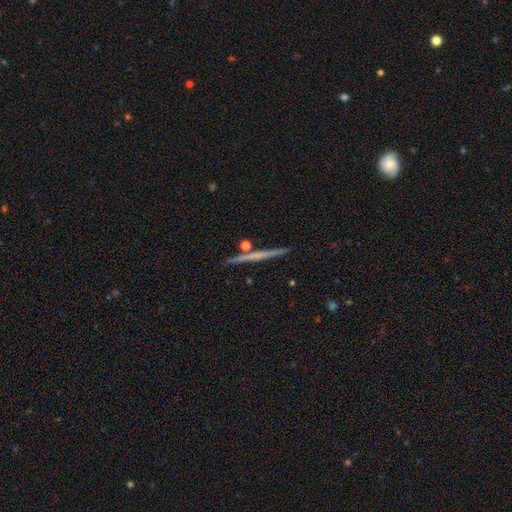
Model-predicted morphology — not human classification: smooth_or_featured: featured or disk (p=0.58) [alt: smooth p=0.36]
disk_edge_on: yes (p=0.98) [alt: no p=0.02]
edge_on_bulge: none (p=0.81) [alt: rounded p=0.14]
merging: none (p=0.90) [alt: minor disturbance p=0.06]